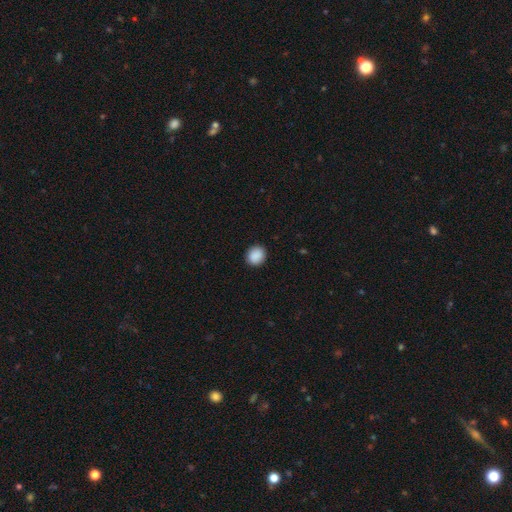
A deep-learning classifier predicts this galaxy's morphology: Smooth or featured? smooth (90%)
How rounded? round (78%)
Merging? none (91%)